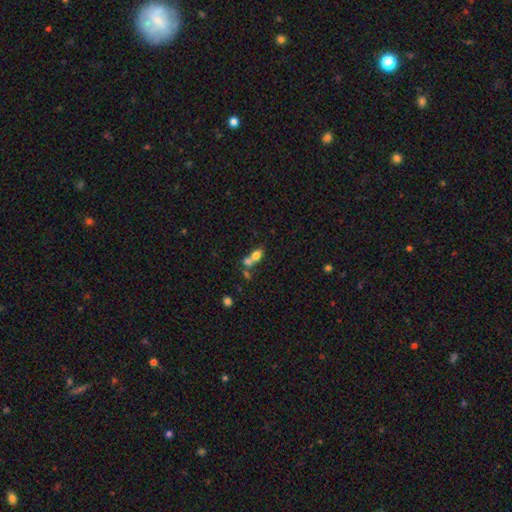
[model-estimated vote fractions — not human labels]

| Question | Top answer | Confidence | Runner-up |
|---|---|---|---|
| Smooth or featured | smooth | 71% | featured or disk (17%) |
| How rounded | in between | 68% | round (26%) |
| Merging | merger | 61% | none (26%) |